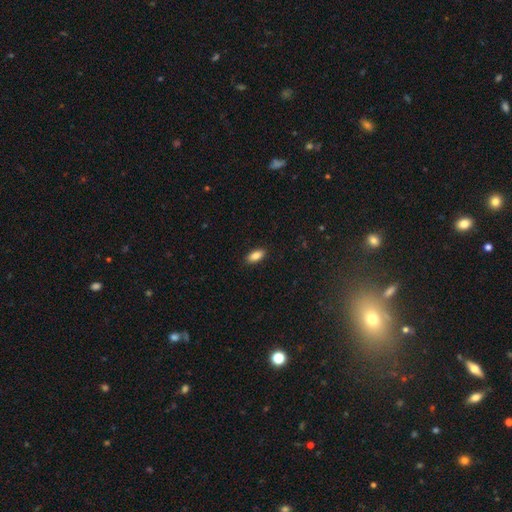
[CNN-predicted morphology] A smooth galaxy with no disk features (86%) that is in between round and cigar-shaped (89%).

Vote fractions:
- Smooth or featured? smooth: 86% / star or artifact: 8% / featured or disk: 6%
- How rounded? in between: 89% / cigar-shaped: 8% / round: 3%
- Merging? none: 89% / minor disturbance: 8% / major disturbance: 2% / merger: 1%